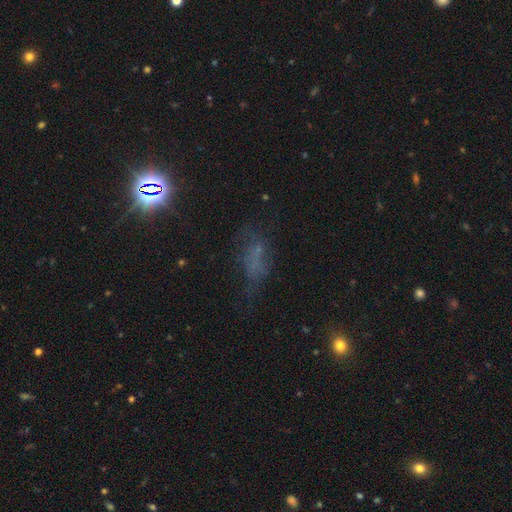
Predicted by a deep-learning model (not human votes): This is marginally a smooth galaxy (39%). Merging: possibly none (47%).